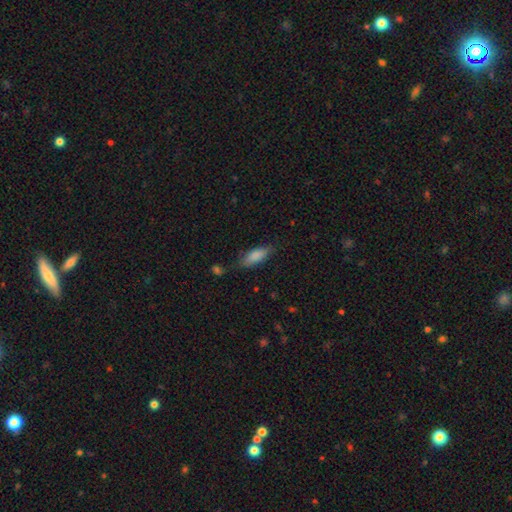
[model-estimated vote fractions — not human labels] Morphology: type=smooth (84%); roundness=in between (72%); merging=none (70%).